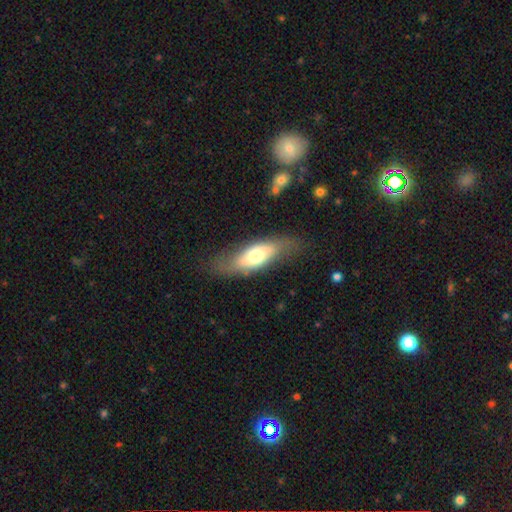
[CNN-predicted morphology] A smooth galaxy with no disk features (52%) that is in between round and cigar-shaped (69%). Merging: none (69%).